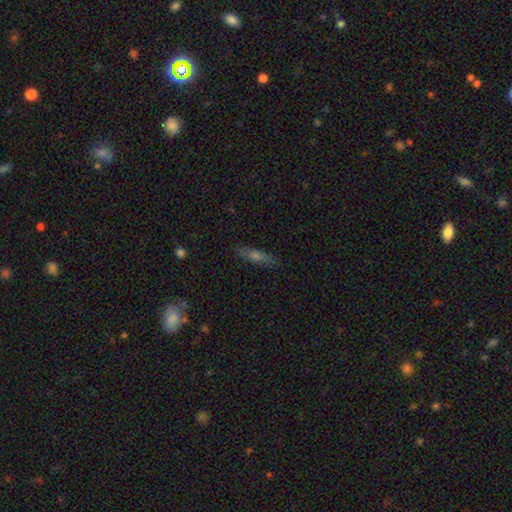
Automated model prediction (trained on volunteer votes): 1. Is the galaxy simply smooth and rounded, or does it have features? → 47% smooth, 41% featured or disk, 12% star or artifact.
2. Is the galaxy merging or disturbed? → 86% none, 10% minor disturbance, 2% major disturbance, 1% merger.